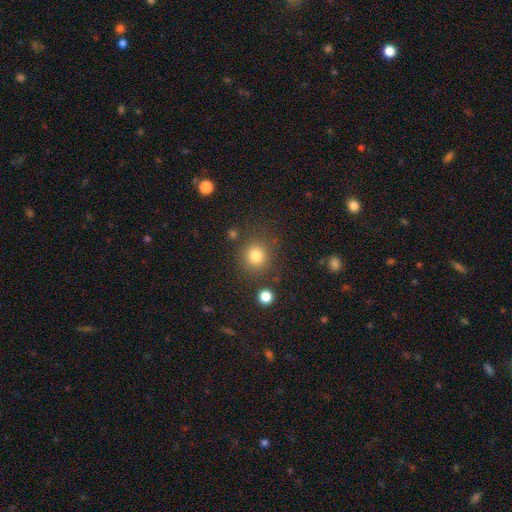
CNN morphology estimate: This appears to be a smooth galaxy with no disk features (81%) that is round (90%). Merging: none (82%).